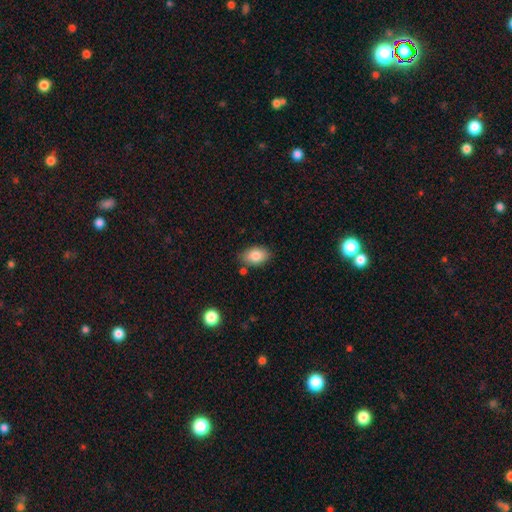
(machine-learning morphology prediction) Smooth or featured: smooth — 84% (featured or disk — 9%)
How rounded: in between — 88% (round — 10%)
Merging: none — 79% (minor disturbance — 14%)